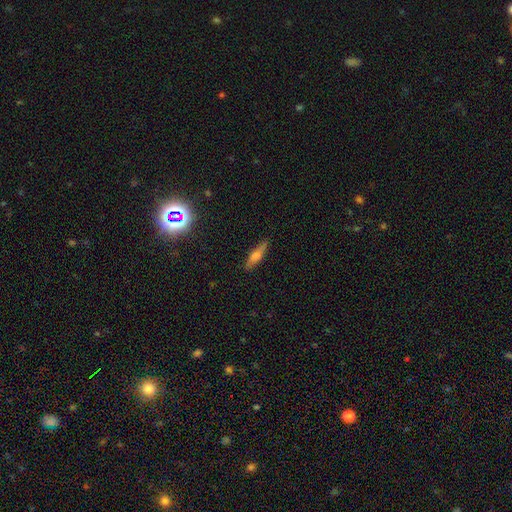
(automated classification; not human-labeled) Smooth or featured?
  - smooth: 54% *
  - featured or disk: 36%
  - star or artifact: 10%
How rounded?
  - cigar-shaped: 74% *
  - in between: 23%
  - round: 3%
Merging?
  - none: 85% *
  - minor disturbance: 12%
  - major disturbance: 2%
  - merger: 1%